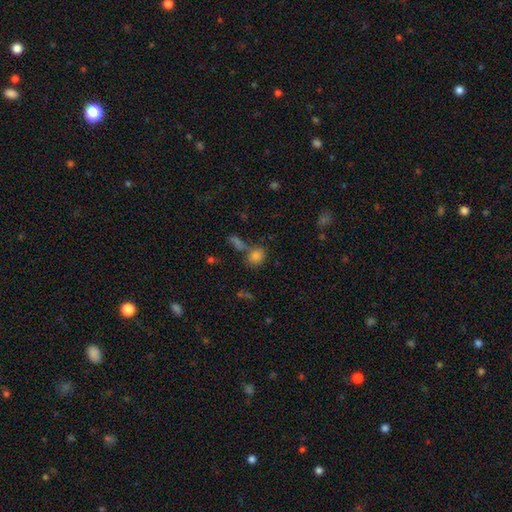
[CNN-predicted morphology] smooth_or_featured: smooth (p=0.81) [alt: star or artifact p=0.11]
how_rounded: round (p=0.55) [alt: in between p=0.43]
merging: none (p=0.56) [alt: merger p=0.27]